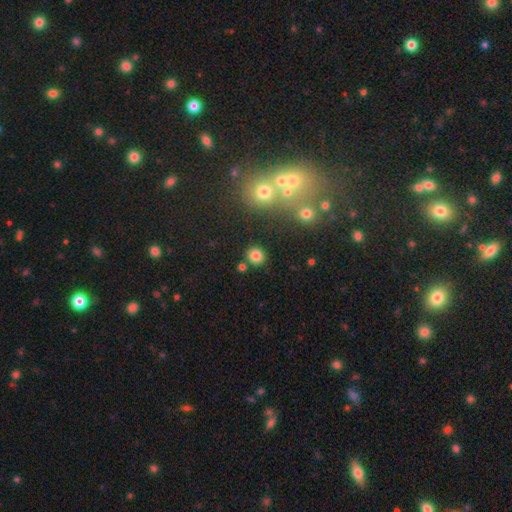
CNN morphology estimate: This appears to be a smooth galaxy with no disk features (82%) that is round (88%). Merging: none (85%).